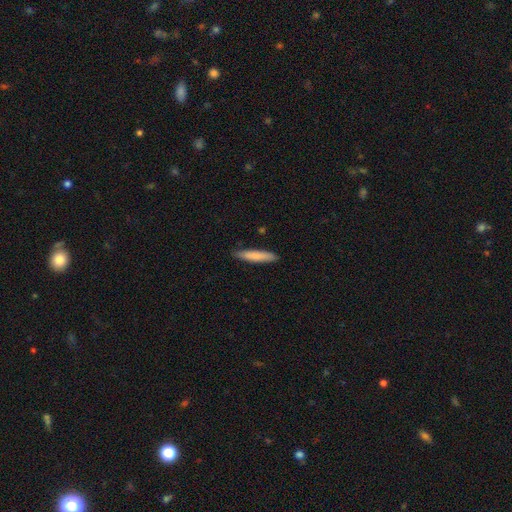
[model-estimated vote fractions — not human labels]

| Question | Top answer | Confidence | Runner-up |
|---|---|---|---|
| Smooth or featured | smooth | 79% | featured or disk (16%) |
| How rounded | cigar-shaped | 90% | in between (9%) |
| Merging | none | 86% | minor disturbance (11%) |